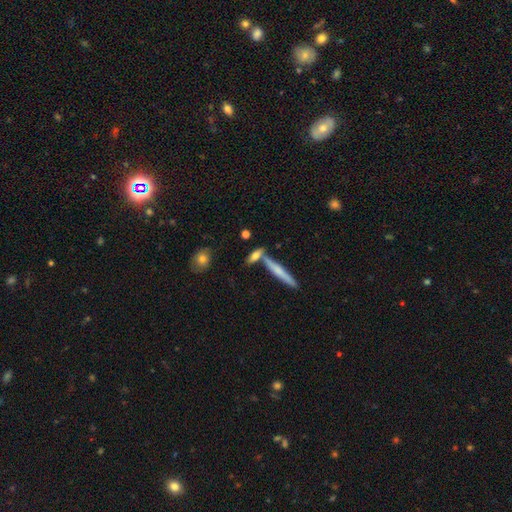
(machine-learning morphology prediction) This is likely a smooth galaxy (62%). How rounded: possibly cigar-shaped (59%). Merging: likely none (62%).